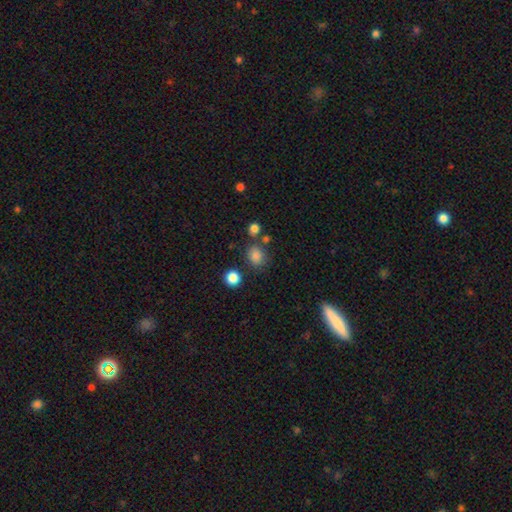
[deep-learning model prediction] Smooth or featured: smooth — 82% (star or artifact — 13%)
How rounded: round — 70% (in between — 29%)
Merging: none — 74% (minor disturbance — 13%)